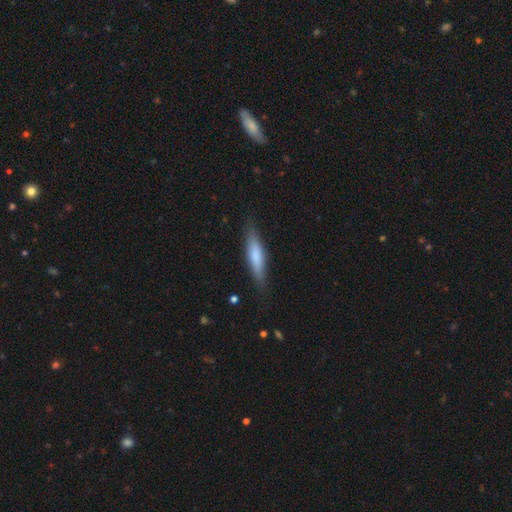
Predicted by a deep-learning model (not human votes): Overall: smooth (71%). How rounded: cigar-shaped (76%). Merging: none (84%).